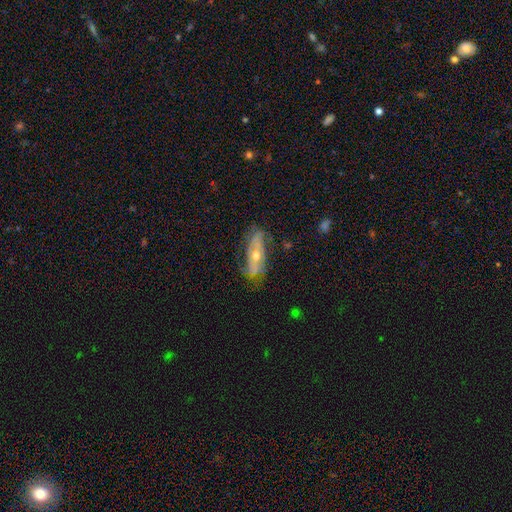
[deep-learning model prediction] Smooth or featured? Predicted: featured or disk (p=0.69). Edge-on disk? Predicted: no (p=0.74). Bar? Predicted: no (p=0.68). Spiral arms? Predicted: yes (p=0.66). Bulge size? Predicted: moderate (p=0.62). Merging? Predicted: none (p=0.65).